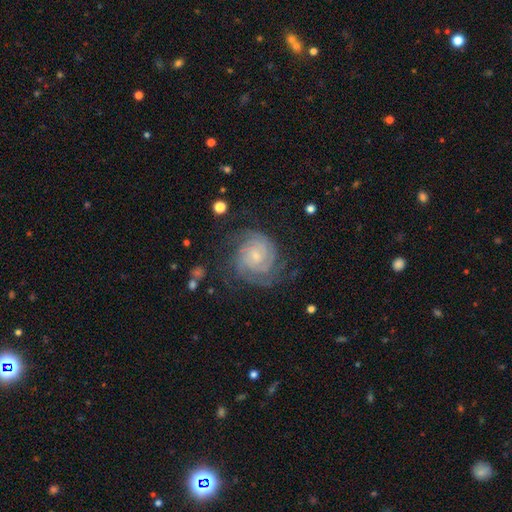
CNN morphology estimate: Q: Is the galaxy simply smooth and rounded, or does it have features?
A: featured or disk — 84%.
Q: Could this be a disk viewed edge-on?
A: no — 98%.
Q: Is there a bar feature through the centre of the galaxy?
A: no — 69%.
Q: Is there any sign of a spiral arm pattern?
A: yes — 97%.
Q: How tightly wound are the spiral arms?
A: tight — 75%.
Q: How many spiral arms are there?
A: can't tell — 28%.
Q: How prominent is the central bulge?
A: small — 72%.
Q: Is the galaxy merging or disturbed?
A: none — 70%.